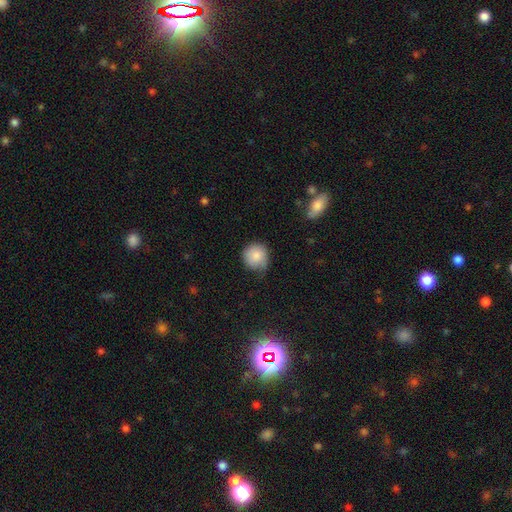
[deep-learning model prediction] Morphology: type=smooth (84%); roundness=round (91%); merging=none (60%).